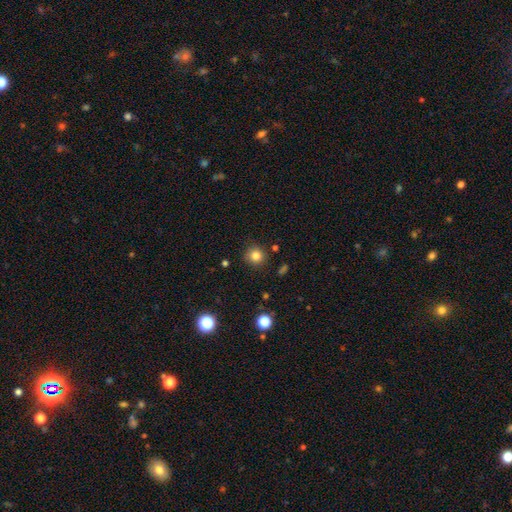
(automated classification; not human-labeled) Smooth or featured? smooth (82%)
How rounded? round (92%)
Merging? none (88%)